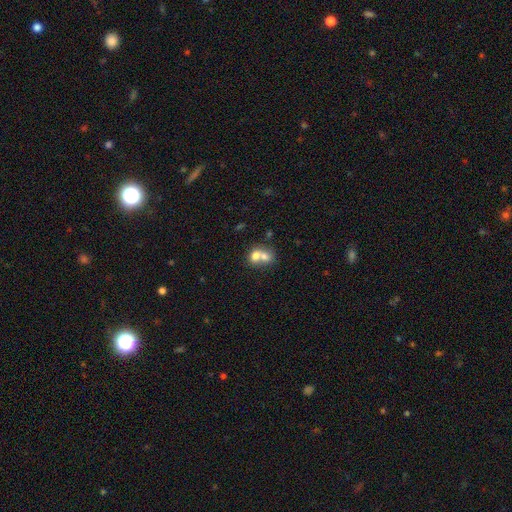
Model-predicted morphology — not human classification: type=smooth (69%); roundness=round (54%); merging=merger (74%).